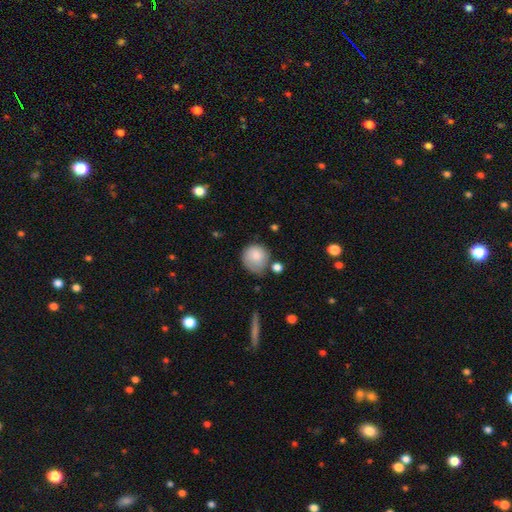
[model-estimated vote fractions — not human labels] The model was most divided on "merging": none: 49%, minor disturbance: 31%, major disturbance: 13%, merger: 7%. More confident: how rounded — round (83%); smooth or featured — smooth (81%).